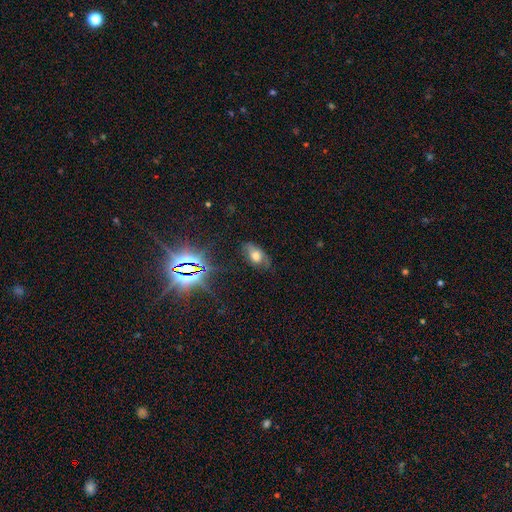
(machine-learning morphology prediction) smooth 57%, featured or disk 24%, star or artifact 19%. Down the decision tree: how rounded — in between (88%); merging — none (65%).